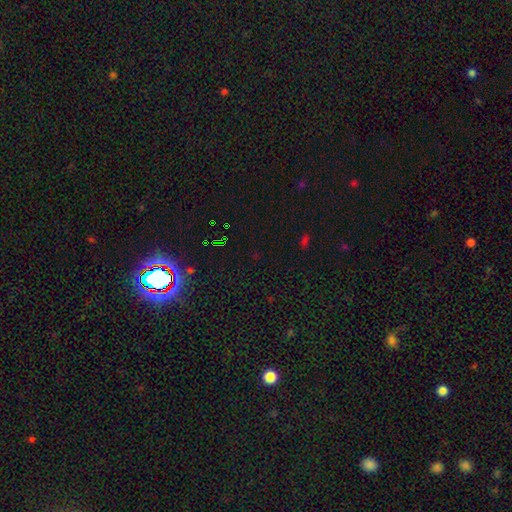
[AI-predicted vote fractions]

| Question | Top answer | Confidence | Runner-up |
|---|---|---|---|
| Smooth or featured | star or artifact | 75% | smooth (17%) |